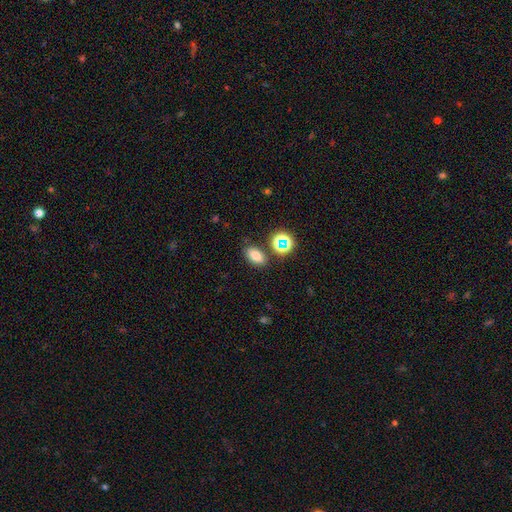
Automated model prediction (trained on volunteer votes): This is likely a smooth galaxy (77%). How rounded: clearly in between (85%). Merging: clearly none (80%).